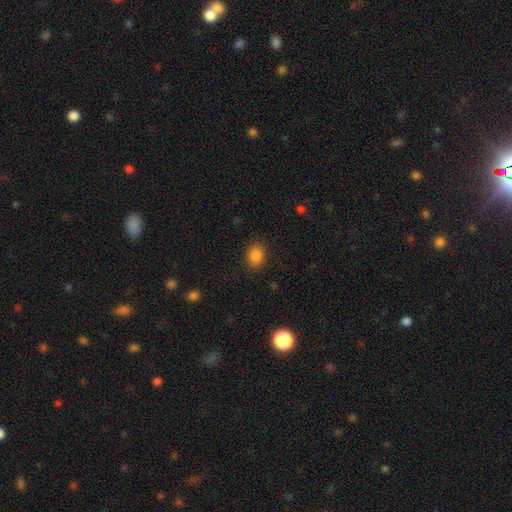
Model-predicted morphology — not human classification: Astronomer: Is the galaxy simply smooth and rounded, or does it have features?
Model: smooth — 86%.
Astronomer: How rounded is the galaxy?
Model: in between — 64%.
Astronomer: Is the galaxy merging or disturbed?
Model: none — 86%.